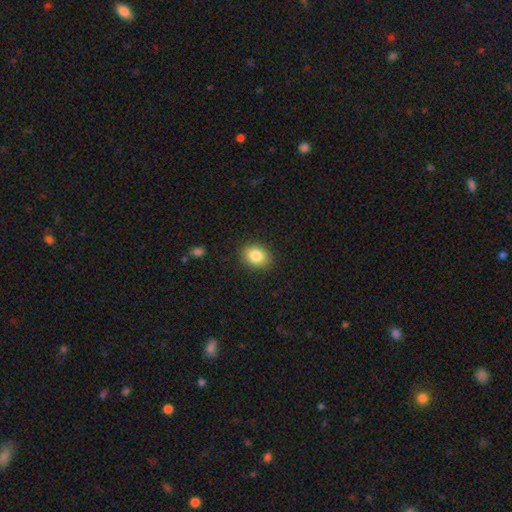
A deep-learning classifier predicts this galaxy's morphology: type=smooth (84%); roundness=in between (59%); merging=none (88%).